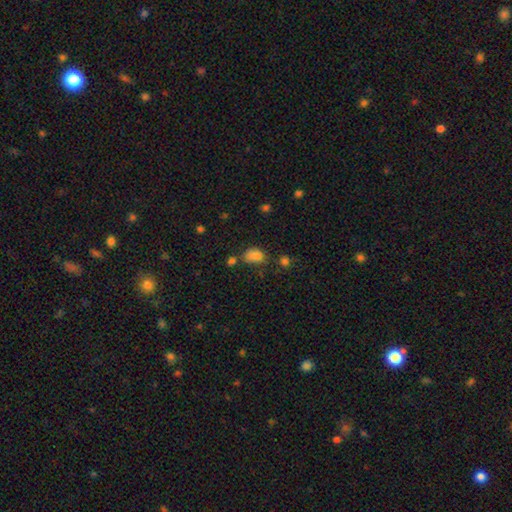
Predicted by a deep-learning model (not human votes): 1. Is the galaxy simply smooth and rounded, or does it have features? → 80% smooth, 13% star or artifact, 7% featured or disk.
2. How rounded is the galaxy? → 76% in between, 23% round, 1% cigar-shaped.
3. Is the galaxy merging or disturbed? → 50% none, 27% minor disturbance, 14% merger, 10% major disturbance.